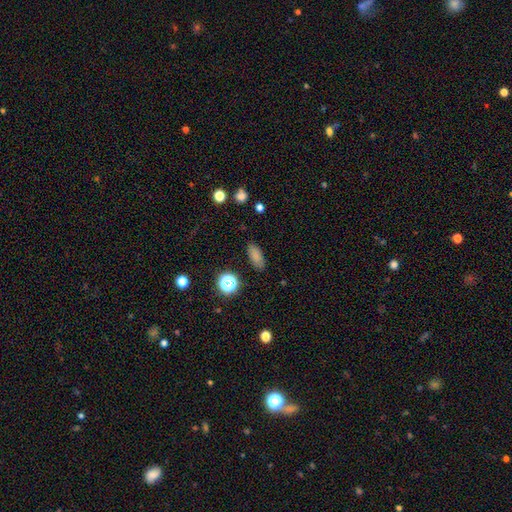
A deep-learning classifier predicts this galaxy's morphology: Smooth or featured: smooth — 80% (star or artifact — 14%)
How rounded: in between — 82% (cigar-shaped — 12%)
Merging: none — 86% (minor disturbance — 10%)